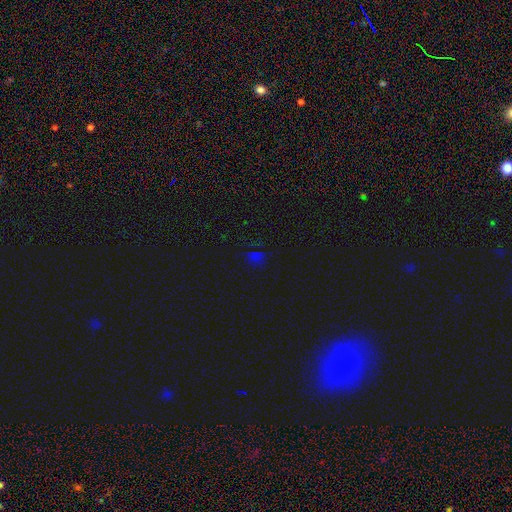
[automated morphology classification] Smooth or featured? Predicted: star or artifact (p=0.49).